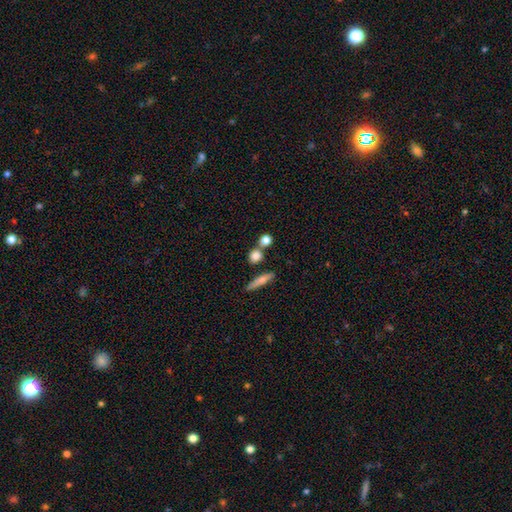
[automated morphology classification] smooth 78%, featured or disk 12%, star or artifact 10%. Down the decision tree: how rounded — round (74%); merging — none (64%).